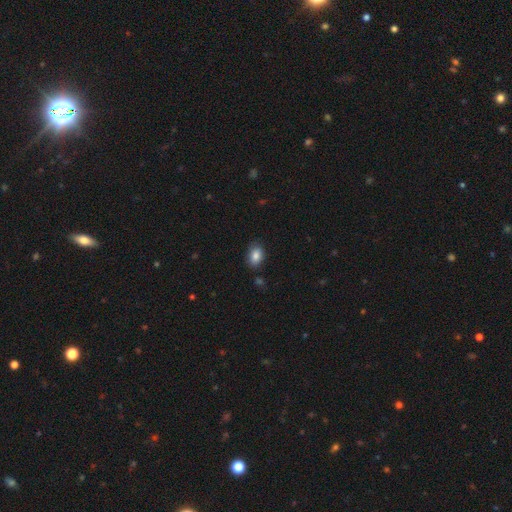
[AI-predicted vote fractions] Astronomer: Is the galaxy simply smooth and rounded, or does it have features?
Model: smooth — 85%.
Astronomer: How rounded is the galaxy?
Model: in between — 82%.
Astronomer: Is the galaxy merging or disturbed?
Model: none — 83%.